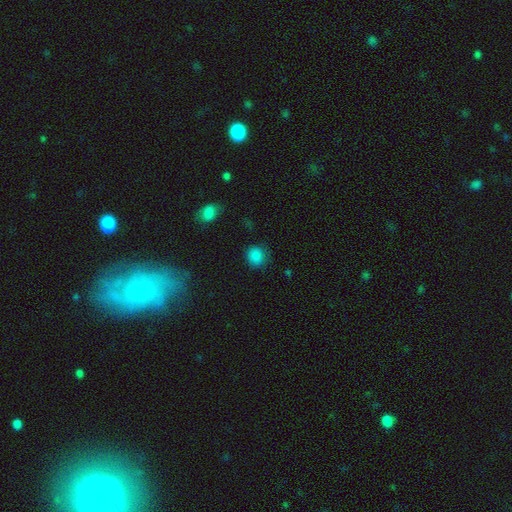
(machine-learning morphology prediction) Smooth or featured? Predicted: smooth (p=0.85). How rounded? Predicted: round (p=0.81). Merging? Predicted: none (p=0.80).